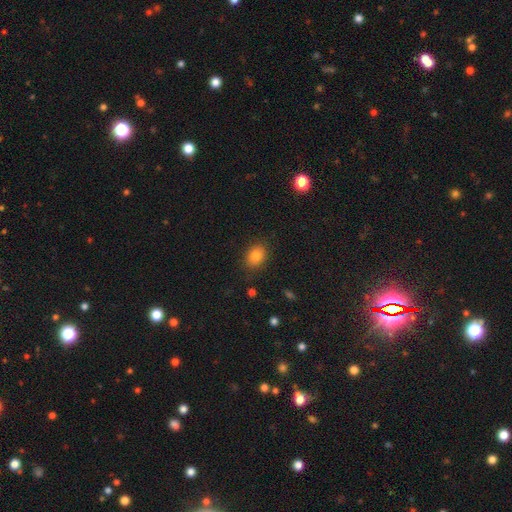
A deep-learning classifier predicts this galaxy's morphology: smooth-or-featured: smooth: 83% | star or artifact: 10% | featured or disk: 7%
  how-rounded: in between: 64% | round: 35% | cigar-shaped: 1%
  merging: none: 84% | minor disturbance: 11% | major disturbance: 3% | merger: 1%